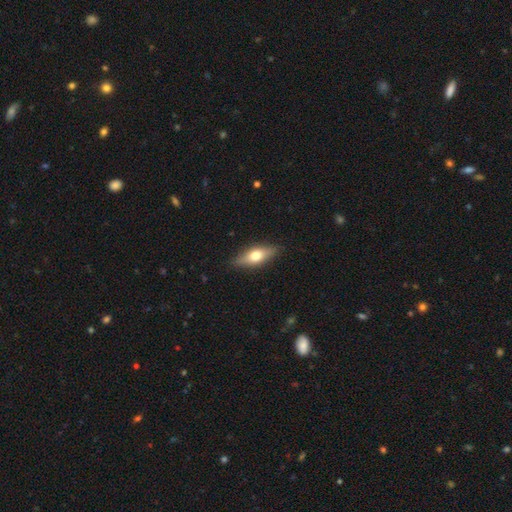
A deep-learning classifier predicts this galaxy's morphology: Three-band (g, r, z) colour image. It shows a smooth galaxy with no disk features (60%) that is in between round and cigar-shaped (65%). Merging: none (87%).